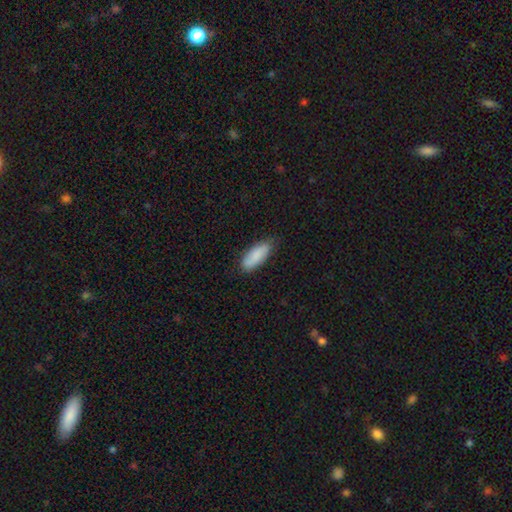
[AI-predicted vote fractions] Morphology: type=smooth (85%); roundness=in between (77%); merging=none (78%).